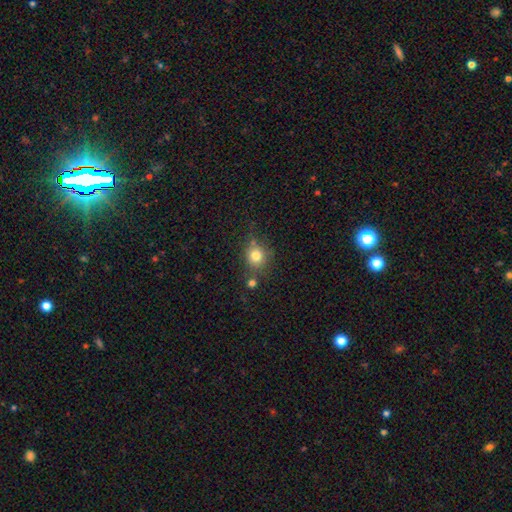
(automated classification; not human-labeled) The model was most divided on "merging": none: 69%, minor disturbance: 15%, merger: 12%, major disturbance: 5%. More confident: how rounded — round (81%); smooth or featured — smooth (79%).